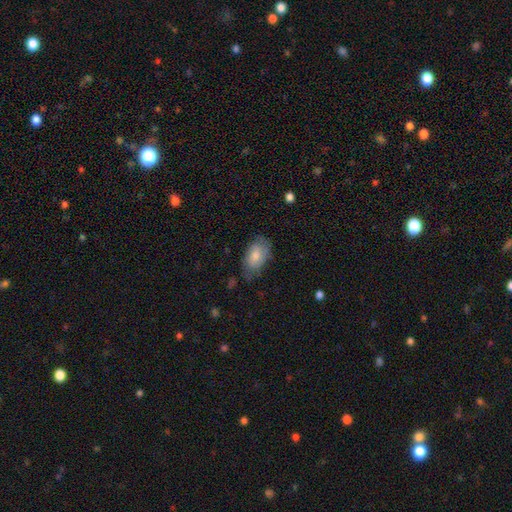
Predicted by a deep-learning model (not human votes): Smooth or featured: smooth — 75% (featured or disk — 19%)
How rounded: in between — 93% (round — 5%)
Merging: none — 60% (minor disturbance — 30%)